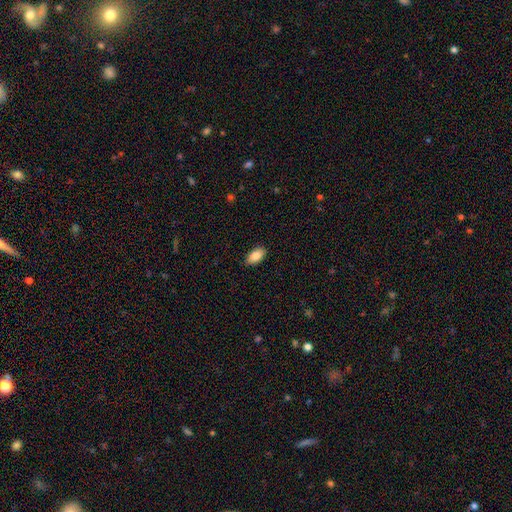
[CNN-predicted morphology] Smooth or featured? smooth (87%)
How rounded? in between (93%)
Merging? none (88%)